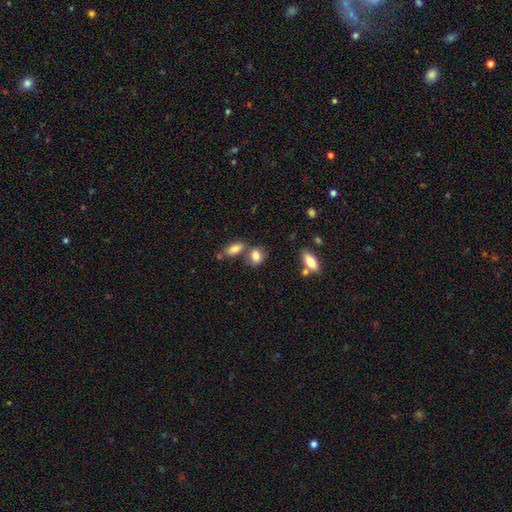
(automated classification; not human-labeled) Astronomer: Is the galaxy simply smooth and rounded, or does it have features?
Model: smooth — 83%.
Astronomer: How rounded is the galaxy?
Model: in between — 63%.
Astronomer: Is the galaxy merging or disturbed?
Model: none — 59%.